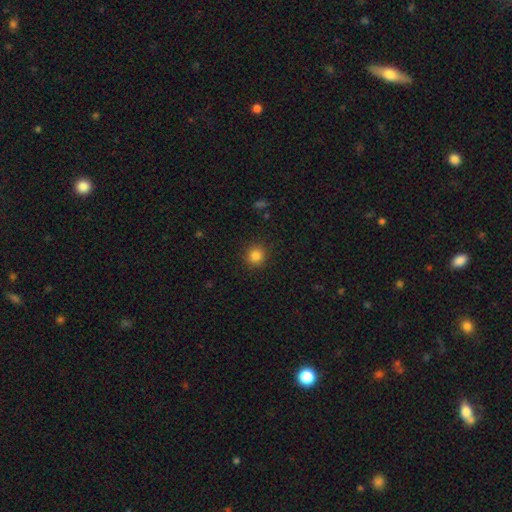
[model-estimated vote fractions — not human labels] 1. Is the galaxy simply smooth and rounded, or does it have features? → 84% smooth, 11% star or artifact, 4% featured or disk.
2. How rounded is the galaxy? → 92% round, 7% in between, 1% cigar-shaped.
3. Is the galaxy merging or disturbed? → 90% none, 6% minor disturbance, 2% major disturbance, 1% merger.